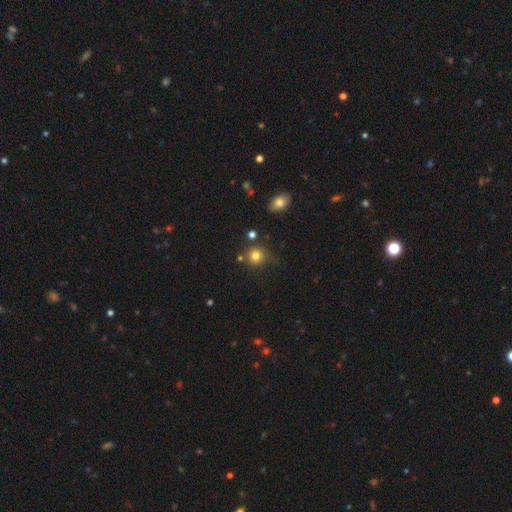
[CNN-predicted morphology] Smooth or featured: smooth — 81% (star or artifact — 13%)
How rounded: round — 90% (in between — 9%)
Merging: none — 73% (minor disturbance — 15%)